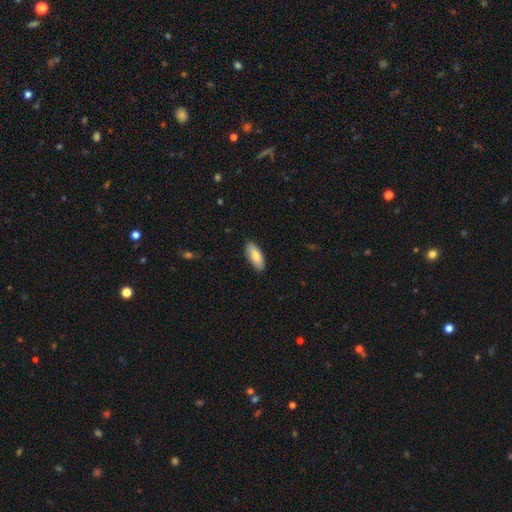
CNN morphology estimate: A smooth galaxy with no disk features (82%) that is in between round and cigar-shaped (80%).

Vote fractions:
- Smooth or featured? smooth: 82% / featured or disk: 13% / star or artifact: 5%
- How rounded? in between: 80% / cigar-shaped: 18% / round: 2%
- Merging? none: 87% / minor disturbance: 10% / major disturbance: 2% / merger: 1%